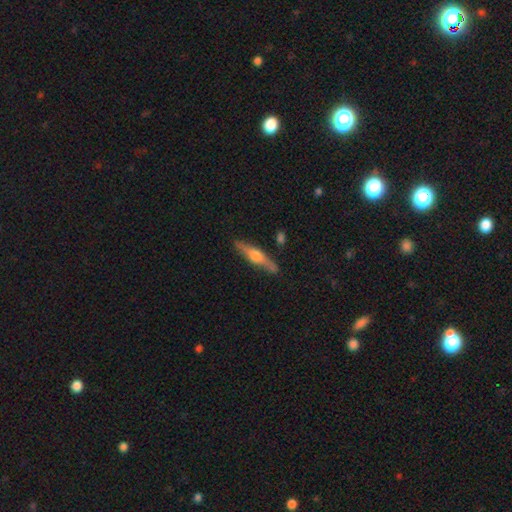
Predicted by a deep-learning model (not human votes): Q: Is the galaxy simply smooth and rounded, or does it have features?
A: featured or disk — 67%.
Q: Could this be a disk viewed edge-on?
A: yes — 96%.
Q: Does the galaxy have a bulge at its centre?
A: rounded — 92%.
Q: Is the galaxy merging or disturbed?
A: none — 86%.